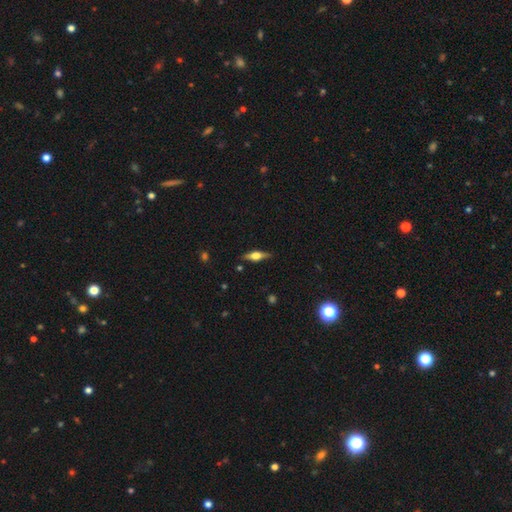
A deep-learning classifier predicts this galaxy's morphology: A featured or disk galaxy (63%) viewed edge-on (96%) with a rounded central bulge (90%). Merging: none (87%).